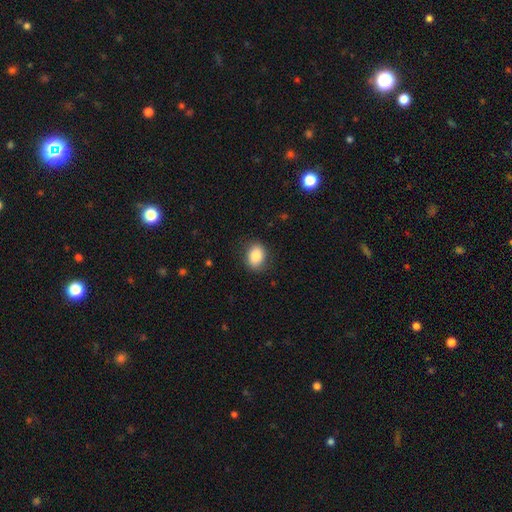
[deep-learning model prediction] Smooth or featured: smooth — 85% (star or artifact — 8%)
How rounded: in between — 64% (round — 35%)
Merging: none — 83% (minor disturbance — 13%)